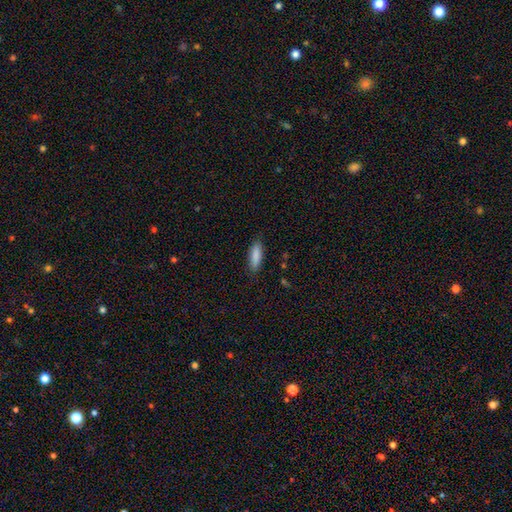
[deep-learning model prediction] Overall: smooth (87%). How rounded: in between (54%; cigar-shaped 45%). Merging: none (86%).